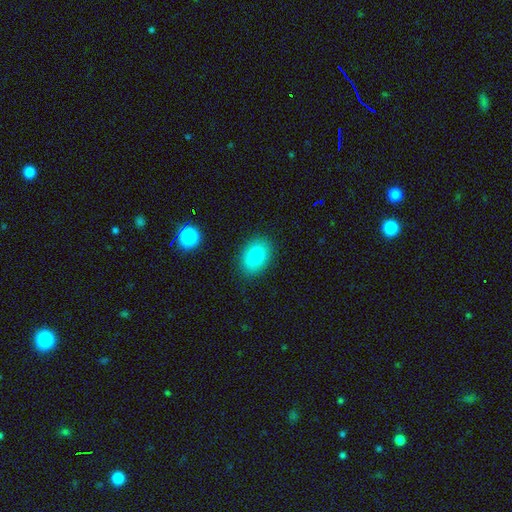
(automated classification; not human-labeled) Smooth or featured: smooth — 85% (star or artifact — 8%)
How rounded: in between — 81% (round — 18%)
Merging: none — 85% (minor disturbance — 11%)